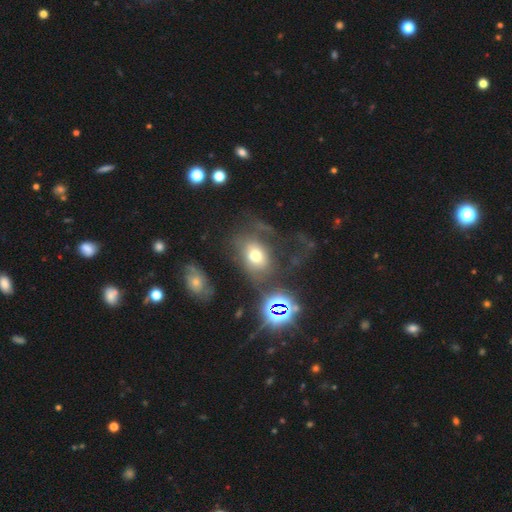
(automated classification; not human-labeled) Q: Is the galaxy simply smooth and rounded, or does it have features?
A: smooth — 57%.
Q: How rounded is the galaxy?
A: in between — 63%.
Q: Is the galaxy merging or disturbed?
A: major disturbance — 39%.